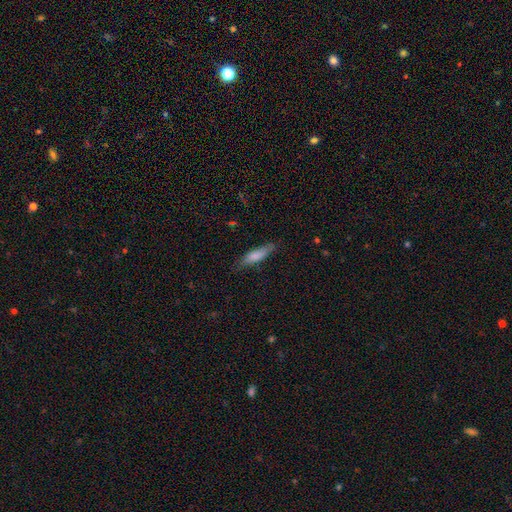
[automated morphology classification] Overall: smooth (76%). How rounded: cigar-shaped (71%). Merging: none (77%).